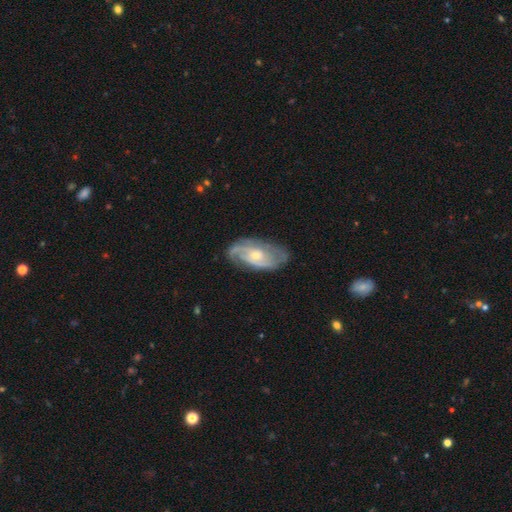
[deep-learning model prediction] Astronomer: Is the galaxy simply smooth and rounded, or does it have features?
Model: featured or disk — 82%.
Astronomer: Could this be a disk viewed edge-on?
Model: no — 95%.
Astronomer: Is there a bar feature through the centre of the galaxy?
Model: no — 66%.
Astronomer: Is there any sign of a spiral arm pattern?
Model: yes — 94%.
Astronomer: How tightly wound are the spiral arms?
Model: tight — 45% (runner-up: medium, 41%).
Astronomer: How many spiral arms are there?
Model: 2 — 43% (runner-up: can't tell, 25%).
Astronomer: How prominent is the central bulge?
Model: small — 52% (runner-up: moderate, 45%).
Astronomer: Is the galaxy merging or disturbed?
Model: none — 73%.